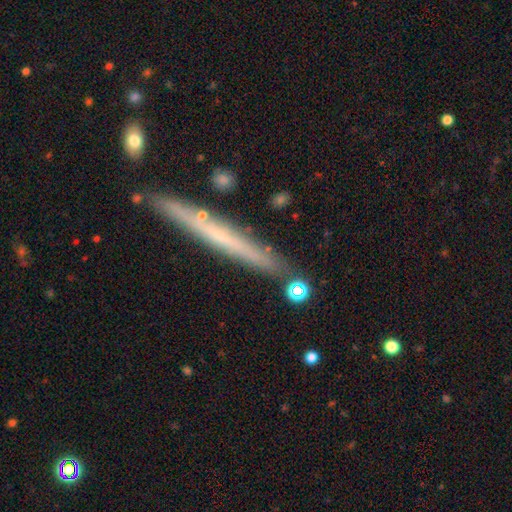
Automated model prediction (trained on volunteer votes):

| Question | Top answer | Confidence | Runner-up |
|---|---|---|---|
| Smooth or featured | smooth | 46% | tied: featured or disk (46%) |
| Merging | none | 84% | minor disturbance (10%) |